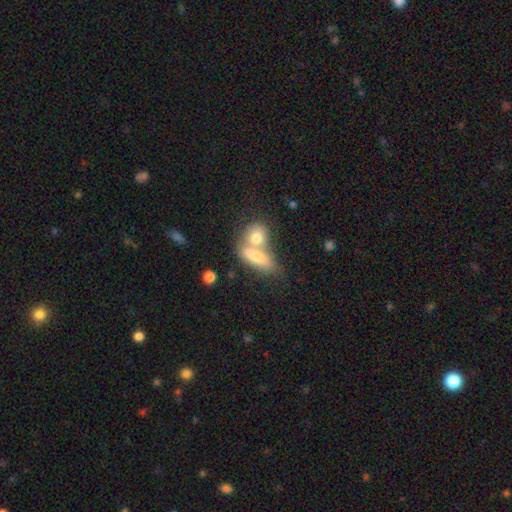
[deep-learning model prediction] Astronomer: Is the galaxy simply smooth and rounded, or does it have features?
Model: smooth — 72%.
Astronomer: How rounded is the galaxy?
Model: in between — 64%.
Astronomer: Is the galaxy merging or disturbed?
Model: merger — 59%.